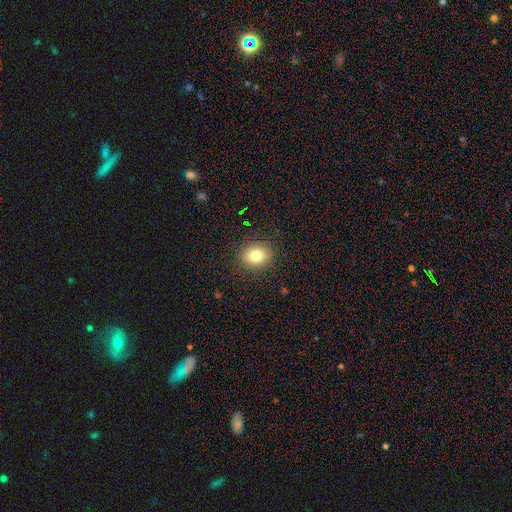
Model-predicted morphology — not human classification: This appears to be a smooth galaxy with no disk features (78%) that is round (67%). Merging: none (89%).